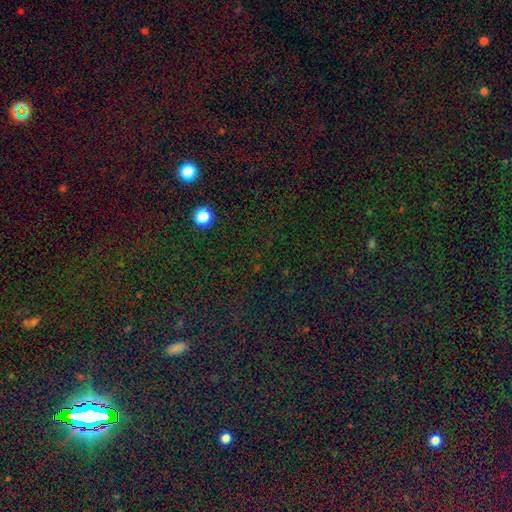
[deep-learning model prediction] Morphology: type=star or artifact (79%).